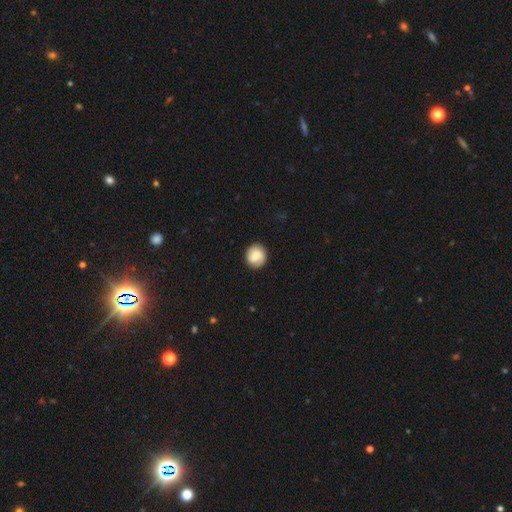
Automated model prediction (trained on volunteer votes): A smooth galaxy with no disk features (70%) that is round (87%). Merging: none (86%).